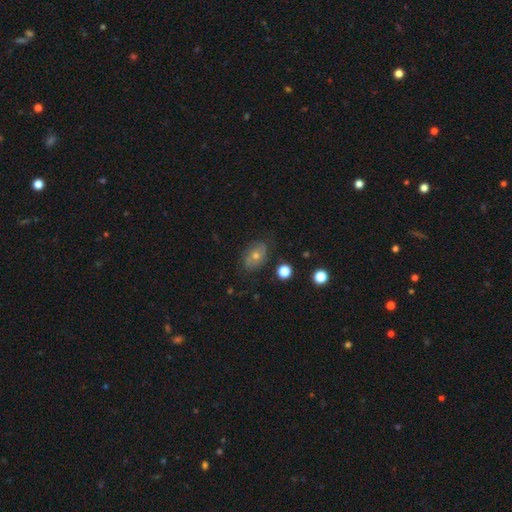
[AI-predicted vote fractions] The model was most divided on "smooth or featured": featured or disk: 48%, smooth: 35%, star or artifact: 17%. More confident: merging — none (77%).